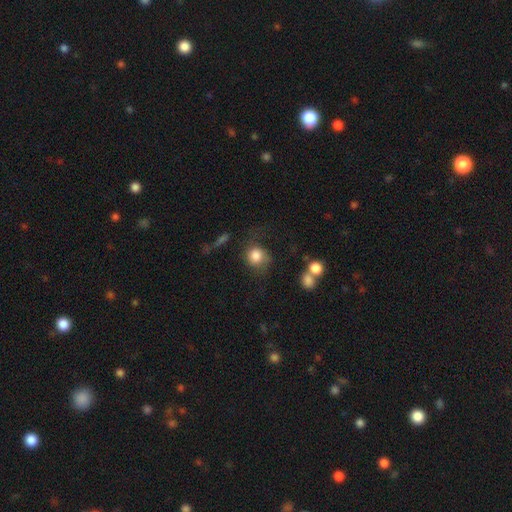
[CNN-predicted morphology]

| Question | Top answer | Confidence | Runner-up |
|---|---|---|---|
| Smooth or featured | smooth | 81% | featured or disk (10%) |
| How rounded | round | 82% | in between (17%) |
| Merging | none | 51% | minor disturbance (23%) |